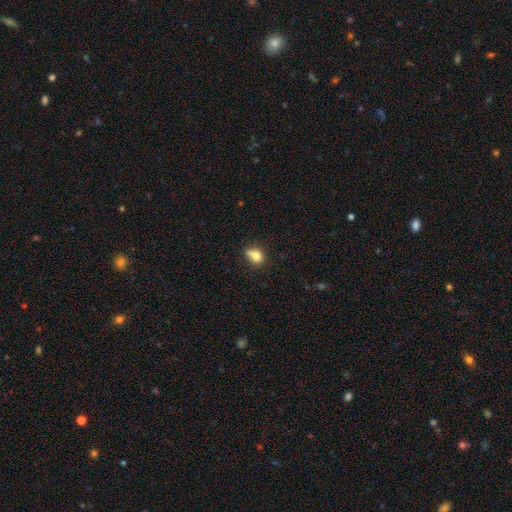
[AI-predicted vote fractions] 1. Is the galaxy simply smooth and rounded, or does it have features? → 78% smooth, 11% star or artifact, 11% featured or disk.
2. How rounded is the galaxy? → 57% round, 42% in between, 1% cigar-shaped.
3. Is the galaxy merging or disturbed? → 49% none, 24% minor disturbance, 18% merger, 8% major disturbance.